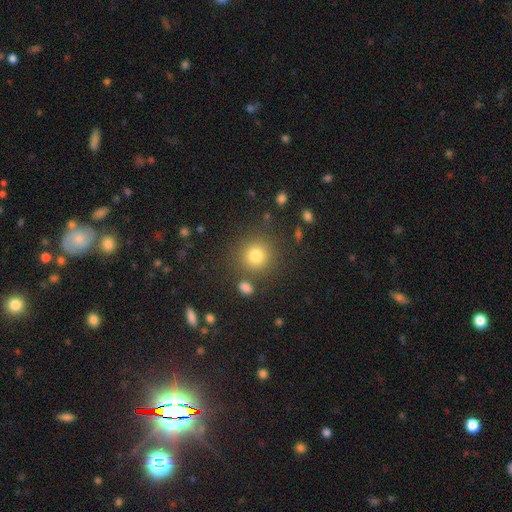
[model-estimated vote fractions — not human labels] A smooth galaxy with no disk features (80%) that is round (91%).

Vote fractions:
- Smooth or featured? smooth: 80% / star or artifact: 13% / featured or disk: 7%
- How rounded? round: 91% / in between: 8% / cigar-shaped: 1%
- Merging? none: 82% / minor disturbance: 8% / merger: 6% / major disturbance: 4%